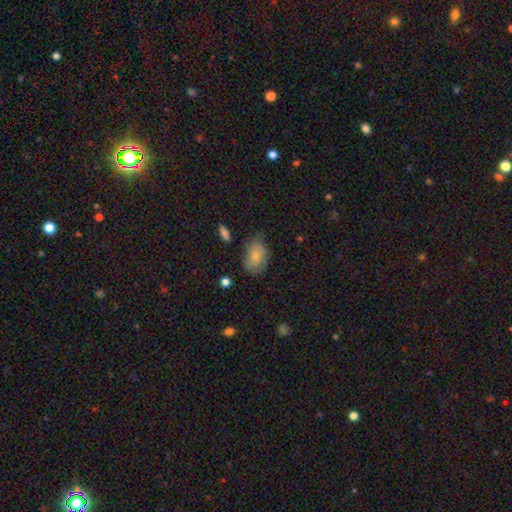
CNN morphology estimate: The model was most divided on "merging": none: 62%, minor disturbance: 27%, major disturbance: 8%, merger: 2%. More confident: how rounded — in between (81%); smooth or featured — smooth (70%).